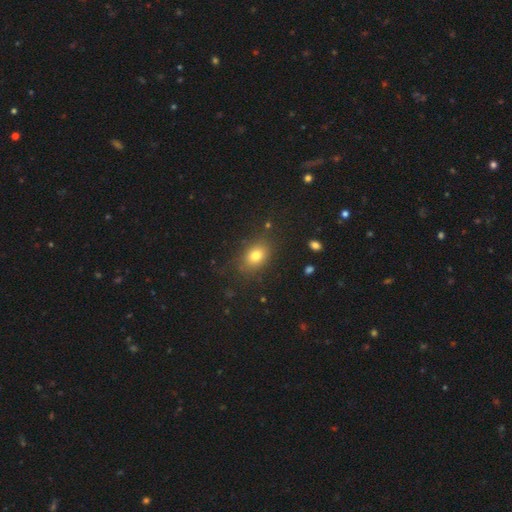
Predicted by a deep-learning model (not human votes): Smooth or featured?
  - smooth: 77% *
  - star or artifact: 12%
  - featured or disk: 11%
How rounded?
  - in between: 68% *
  - round: 30%
  - cigar-shaped: 1%
Merging?
  - none: 81% *
  - minor disturbance: 13%
  - major disturbance: 5%
  - merger: 2%